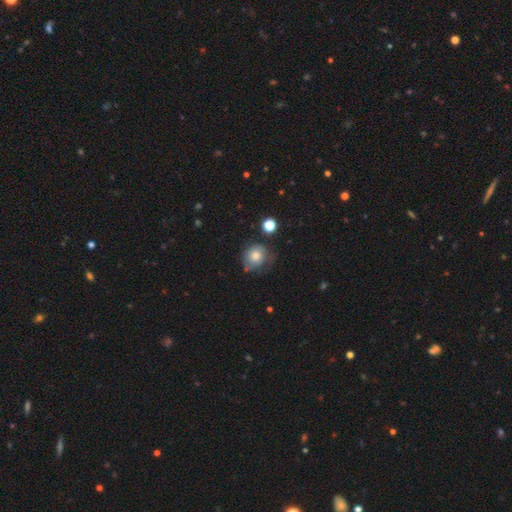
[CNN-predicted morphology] Smooth or featured? smooth (72%)
How rounded? round (77%)
Merging? none (58%)